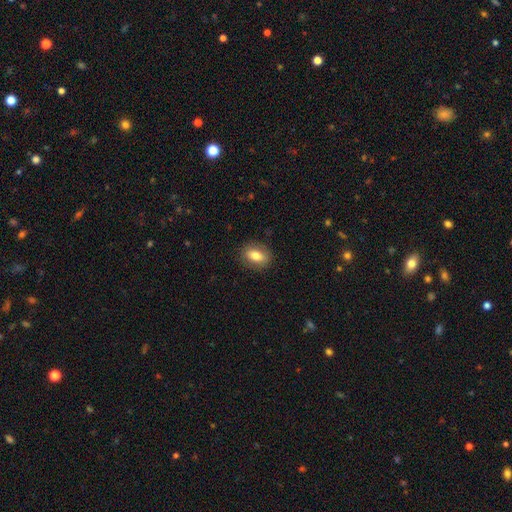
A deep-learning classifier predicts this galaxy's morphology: A smooth galaxy with no disk features (77%) that is in between round and cigar-shaped (76%). Merging: none (85%).